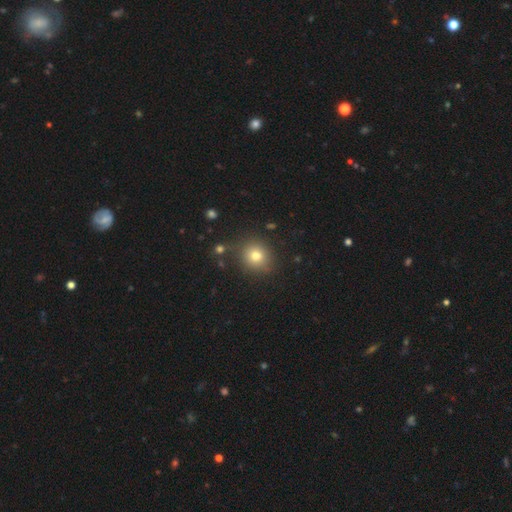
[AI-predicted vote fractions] Overall: smooth (77%). How rounded: round (85%). Merging: none (82%).